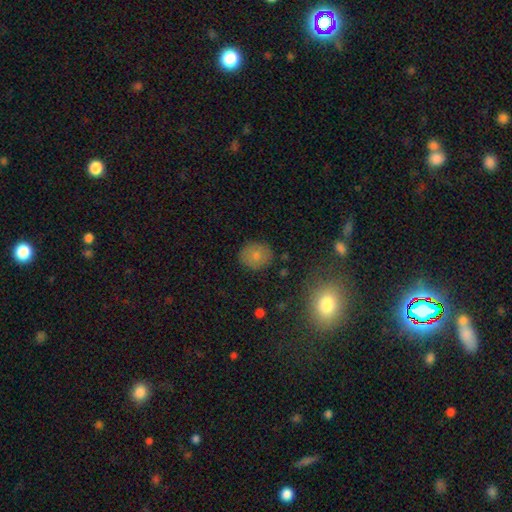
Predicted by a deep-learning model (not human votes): The model was most divided on "how rounded": round: 76%, in between: 23%, cigar-shaped: 1%. More confident: merging — none (84%); smooth or featured — smooth (77%).